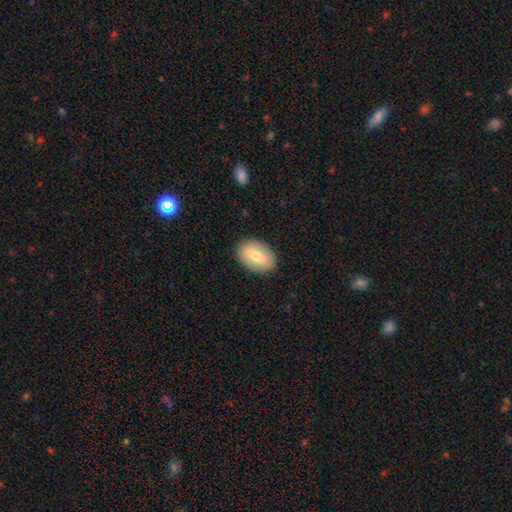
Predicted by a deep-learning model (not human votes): Smooth or featured?
  - smooth: 71% *
  - featured or disk: 23%
  - star or artifact: 7%
How rounded?
  - in between: 82% *
  - round: 17%
  - cigar-shaped: 1%
Merging?
  - none: 87% *
  - minor disturbance: 9%
  - major disturbance: 2%
  - merger: 1%